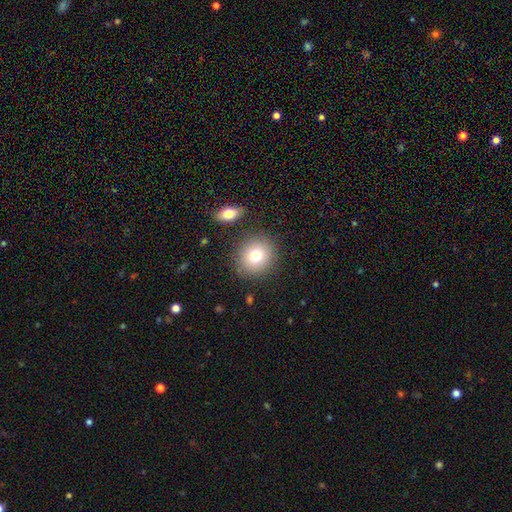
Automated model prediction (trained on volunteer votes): Smooth or featured?
  - smooth: 77% *
  - featured or disk: 12%
  - star or artifact: 11%
How rounded?
  - round: 86% *
  - in between: 13%
  - cigar-shaped: 1%
Merging?
  - none: 85% *
  - minor disturbance: 8%
  - merger: 4%
  - major disturbance: 3%